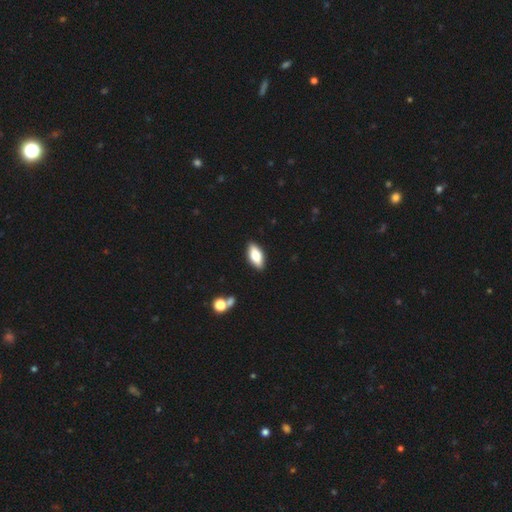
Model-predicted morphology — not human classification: This appears to be a smooth galaxy with no disk features (70%) that is in between round and cigar-shaped (81%). Merging: none (88%).